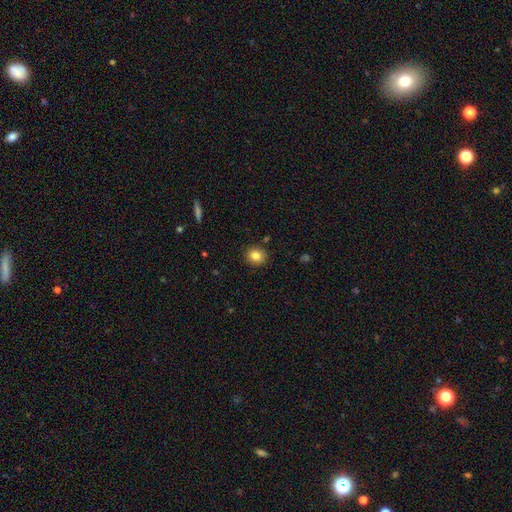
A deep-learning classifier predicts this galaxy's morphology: This appears to be a smooth galaxy with no disk features (83%) that is round (80%). Merging: none (89%).